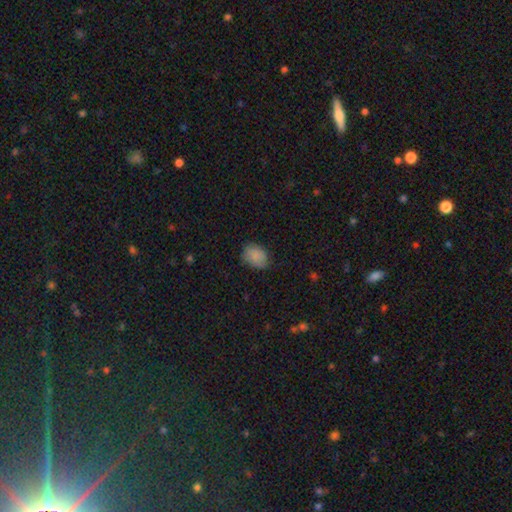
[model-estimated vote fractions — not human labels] smooth_or_featured: smooth (p=0.84) [alt: featured or disk p=0.08]
how_rounded: in between (p=0.65) [alt: round p=0.34]
merging: none (p=0.70) [alt: minor disturbance p=0.25]